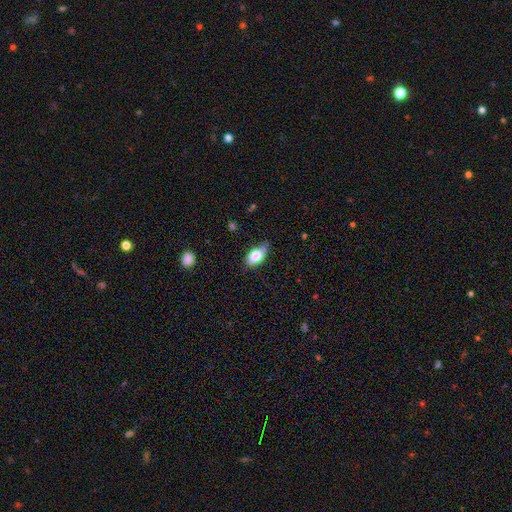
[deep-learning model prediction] Smooth or featured?
  - smooth: 72% *
  - featured or disk: 20%
  - star or artifact: 8%
How rounded?
  - in between: 89% *
  - round: 6%
  - cigar-shaped: 5%
Merging?
  - none: 54% *
  - minor disturbance: 36%
  - major disturbance: 8%
  - merger: 3%